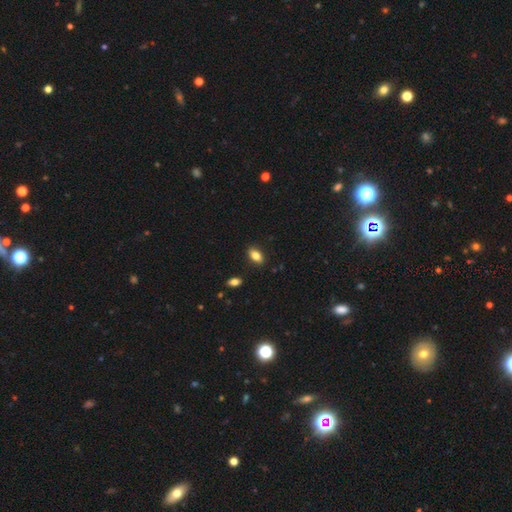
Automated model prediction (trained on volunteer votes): The model was most divided on "smooth or featured": smooth: 84%, star or artifact: 8%, featured or disk: 8%. More confident: how rounded — in between (89%); merging — none (87%).